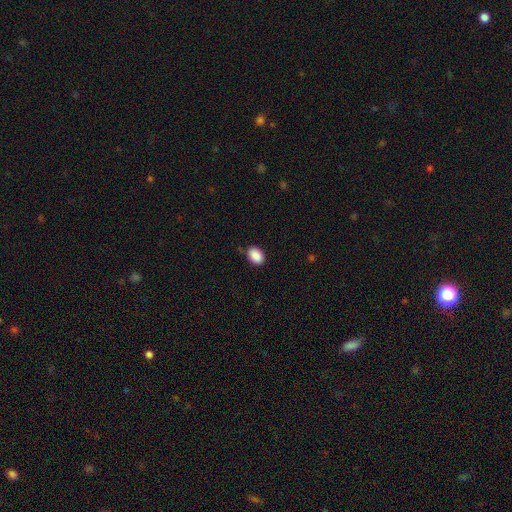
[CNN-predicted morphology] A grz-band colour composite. It shows a smooth galaxy with no disk features (89%) that is in between round and cigar-shaped (80%). Merging: none (85%).